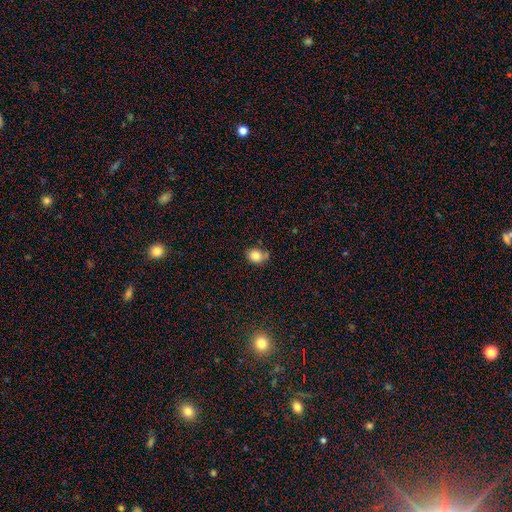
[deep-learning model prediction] Q: Smooth or featured?
A: smooth (83%); runner-up: star or artifact (10%)
Q: How rounded?
A: round (54%); runner-up: in between (45%)
Q: Merging?
A: none (56%); runner-up: minor disturbance (29%)